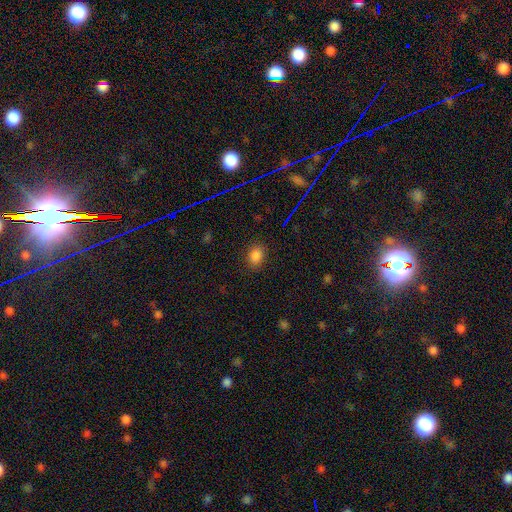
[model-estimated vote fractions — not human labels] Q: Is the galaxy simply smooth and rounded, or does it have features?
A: smooth — 83%.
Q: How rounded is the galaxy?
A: in between — 71%.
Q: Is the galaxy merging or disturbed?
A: none — 85%.